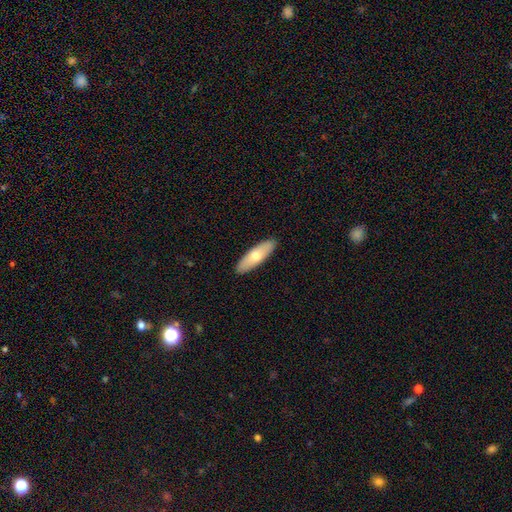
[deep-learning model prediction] Overall: smooth (65%; featured or disk 30%). How rounded: in between (50%; cigar-shaped 48%). Merging: none (91%).